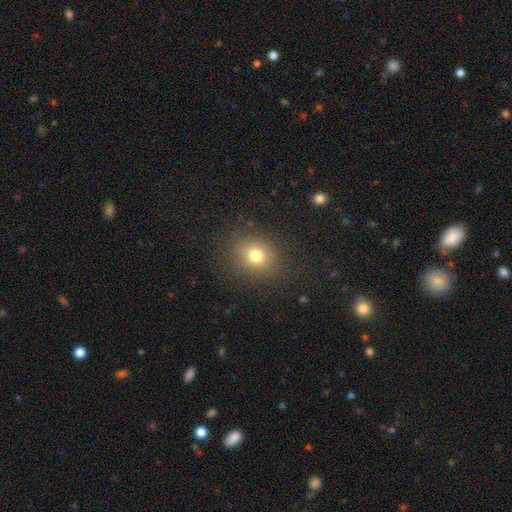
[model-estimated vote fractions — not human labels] Smooth or featured? Predicted: smooth (p=0.75). How rounded? Predicted: round (p=0.71). Merging? Predicted: none (p=0.85).